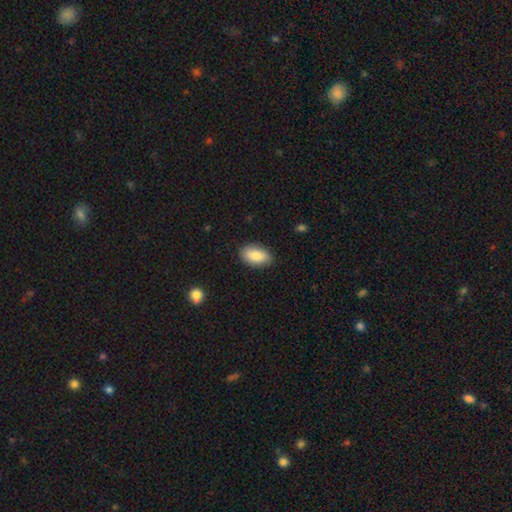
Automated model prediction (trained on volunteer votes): smooth_or_featured: smooth (p=0.85) [alt: featured or disk p=0.09]
how_rounded: in between (p=0.93) [alt: round p=0.05]
merging: none (p=0.84) [alt: minor disturbance p=0.12]